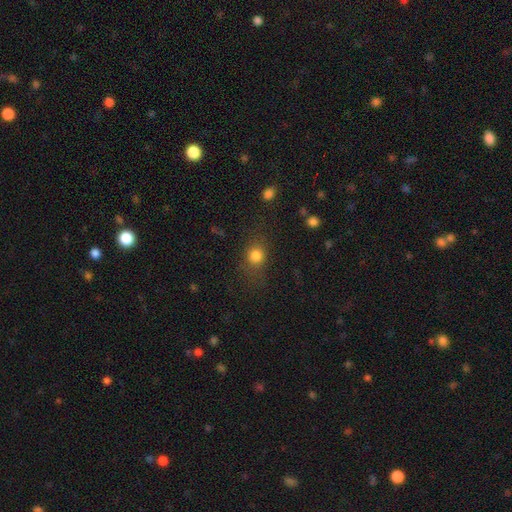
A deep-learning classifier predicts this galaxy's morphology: Smooth or featured? smooth (80%)
How rounded? round (69%)
Merging? none (70%)